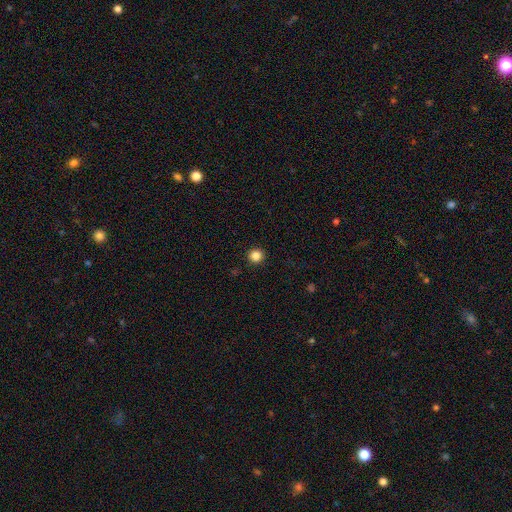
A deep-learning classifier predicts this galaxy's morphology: smooth-or-featured: smooth: 85% | star or artifact: 11% | featured or disk: 3%
  how-rounded: round: 96% | in between: 3% | cigar-shaped: 1%
  merging: none: 93% | minor disturbance: 4% | major disturbance: 2% | merger: 1%